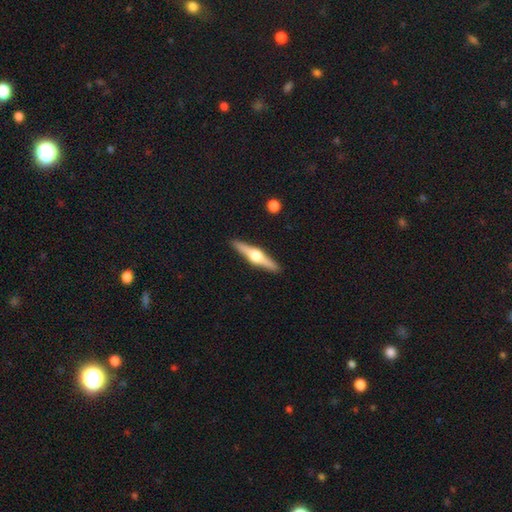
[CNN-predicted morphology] Q: Smooth or featured?
A: featured or disk (77%); runner-up: smooth (18%)
Q: Edge-on disk?
A: yes (98%); runner-up: no (2%)
Q: Edge-on bulge?
A: rounded (95%); runner-up: boxy (3%)
Q: Merging?
A: none (92%); runner-up: minor disturbance (6%)